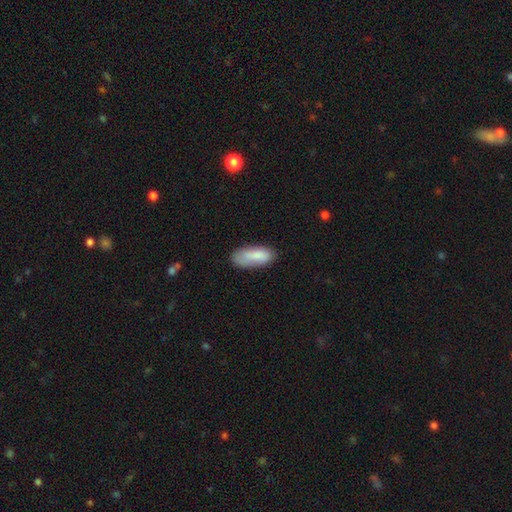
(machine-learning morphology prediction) type=smooth (83%); roundness=in between (80%); merging=none (63%).